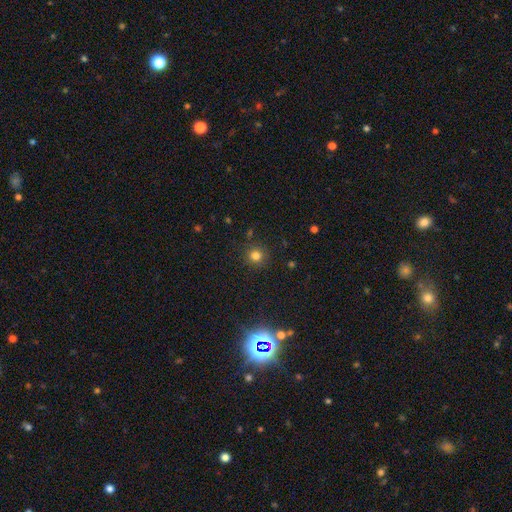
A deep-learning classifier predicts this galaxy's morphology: smooth_or_featured: smooth (p=0.78) [alt: star or artifact p=0.16]
how_rounded: round (p=0.92) [alt: in between p=0.07]
merging: none (p=0.87) [alt: minor disturbance p=0.08]